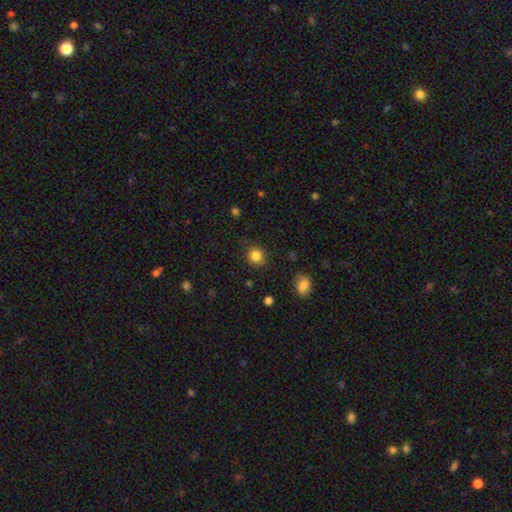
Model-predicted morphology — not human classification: Smooth or featured? Predicted: smooth (p=0.84). How rounded? Predicted: round (p=0.88). Merging? Predicted: none (p=0.85).